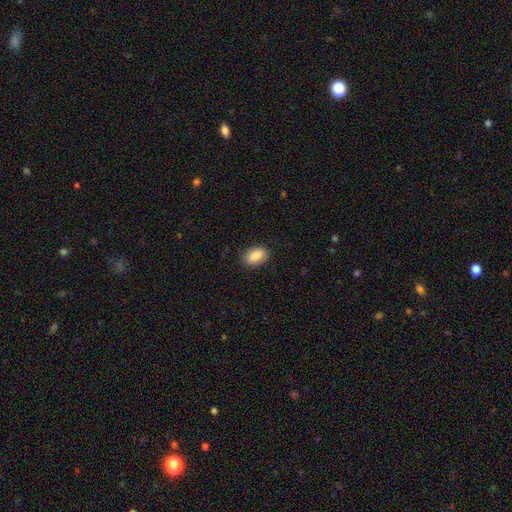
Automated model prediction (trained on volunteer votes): smooth 87%, star or artifact 7%, featured or disk 6%. Down the decision tree: how rounded — in between (90%); merging — none (86%).